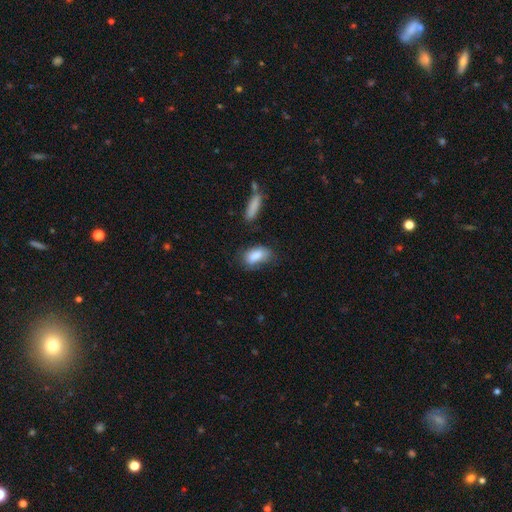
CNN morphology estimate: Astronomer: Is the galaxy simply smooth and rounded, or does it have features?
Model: smooth — 84%.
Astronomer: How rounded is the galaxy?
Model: in between — 90%.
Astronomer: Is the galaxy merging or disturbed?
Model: none — 56%.